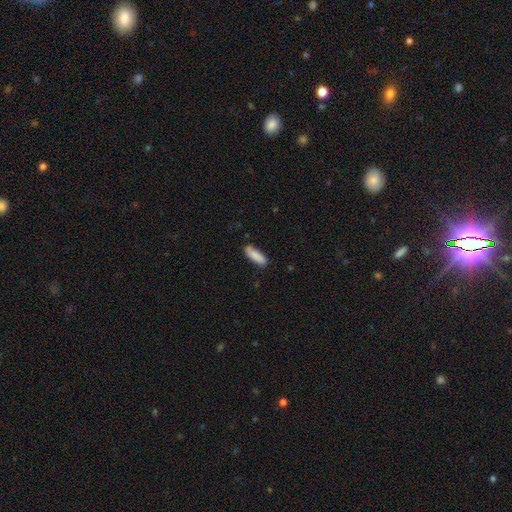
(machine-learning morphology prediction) This appears to be a smooth galaxy with no disk features (88%) that is in between round and cigar-shaped (53%). Merging: none (82%).